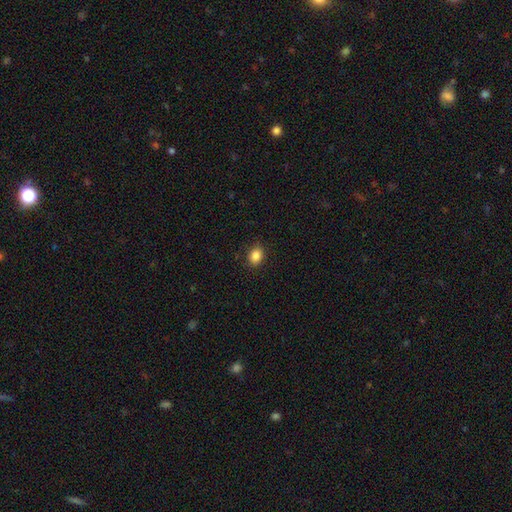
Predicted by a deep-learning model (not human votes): smooth_or_featured: smooth (p=0.86) [alt: star or artifact p=0.10]
how_rounded: in between (p=0.52) [alt: round p=0.47]
merging: none (p=0.87) [alt: minor disturbance p=0.09]